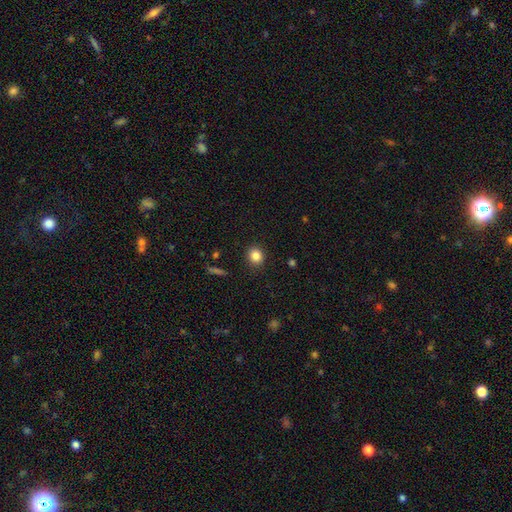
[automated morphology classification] This is clearly a smooth galaxy (84%). How rounded: likely round (75%). Merging: clearly none (90%).